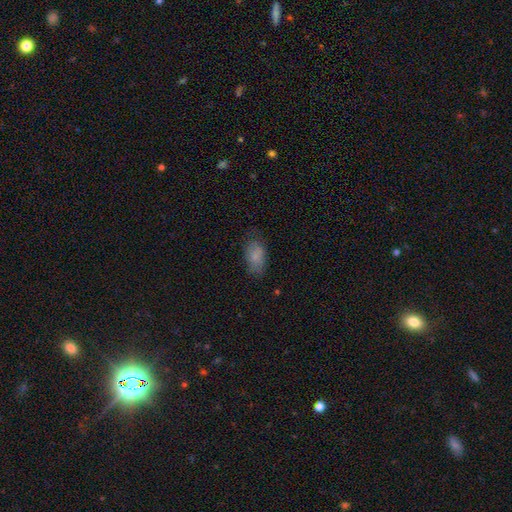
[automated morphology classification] smooth-or-featured: smooth: 80% | featured or disk: 11% | star or artifact: 8%
  how-rounded: in between: 91% | round: 5% | cigar-shaped: 3%
  merging: none: 67% | minor disturbance: 23% | major disturbance: 8% | merger: 2%